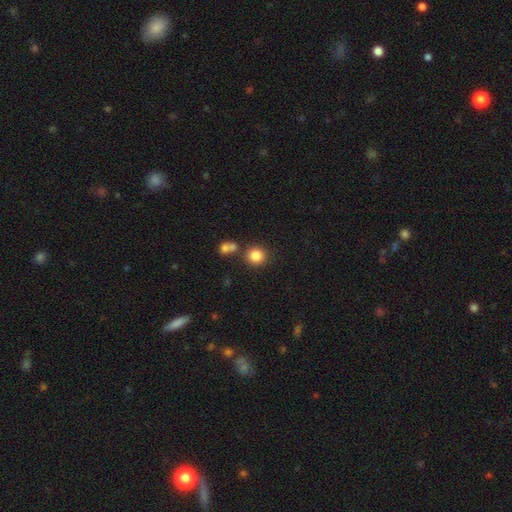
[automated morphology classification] Smooth or featured: smooth — 84% (star or artifact — 11%)
How rounded: round — 87% (in between — 12%)
Merging: none — 74% (merger — 14%)